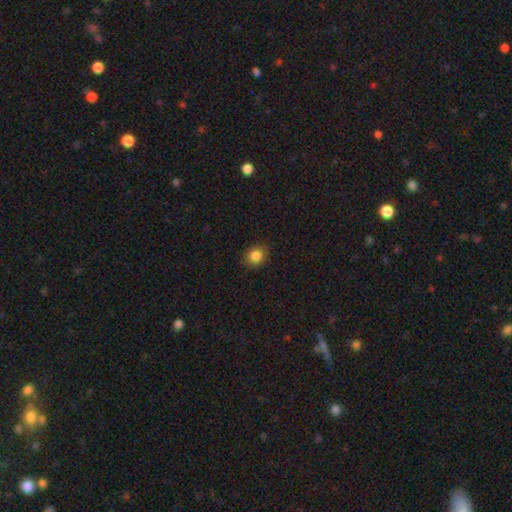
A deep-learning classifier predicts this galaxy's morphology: Smooth or featured?
  - smooth: 85% *
  - star or artifact: 10%
  - featured or disk: 5%
How rounded?
  - round: 72% *
  - in between: 27%
  - cigar-shaped: 1%
Merging?
  - none: 88% *
  - minor disturbance: 8%
  - major disturbance: 2%
  - merger: 1%